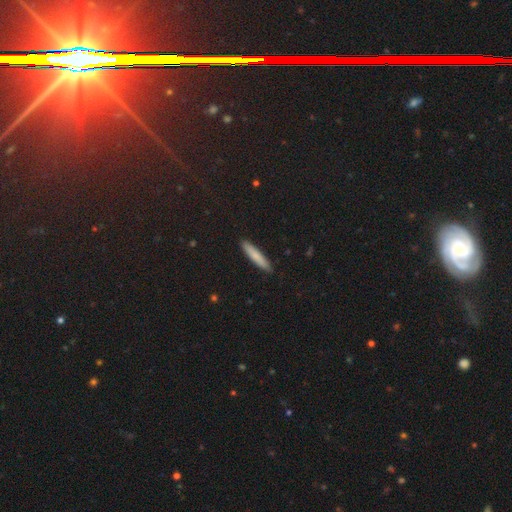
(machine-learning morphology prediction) smooth-or-featured: smooth: 79% | featured or disk: 16% | star or artifact: 6%
  how-rounded: cigar-shaped: 91% | in between: 8% | round: 1%
  merging: none: 91% | minor disturbance: 7% | major disturbance: 1% | merger: 1%